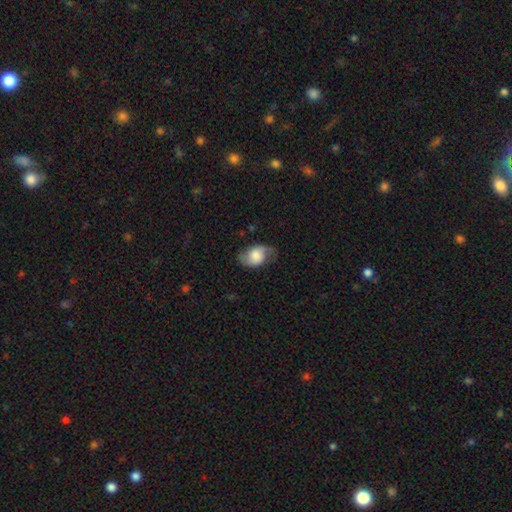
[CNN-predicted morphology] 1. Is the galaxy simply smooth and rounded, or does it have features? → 58% smooth, 34% featured or disk, 8% star or artifact.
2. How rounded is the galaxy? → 78% in between, 21% round, 1% cigar-shaped.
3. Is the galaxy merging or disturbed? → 61% none, 26% minor disturbance, 11% major disturbance, 1% merger.